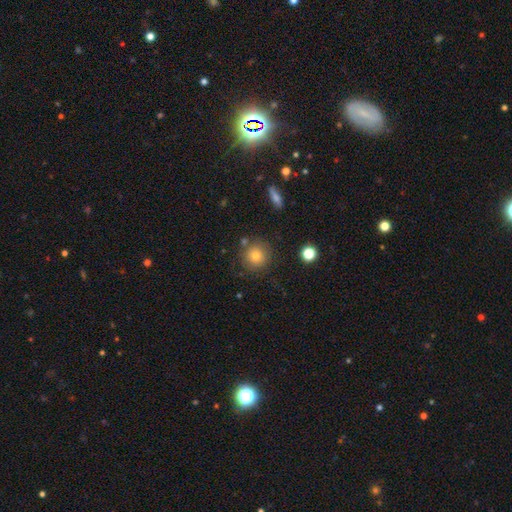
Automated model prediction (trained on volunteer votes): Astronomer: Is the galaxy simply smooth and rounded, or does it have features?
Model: smooth — 77%.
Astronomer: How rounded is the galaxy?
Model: round — 93%.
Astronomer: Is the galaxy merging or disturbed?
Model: none — 81%.